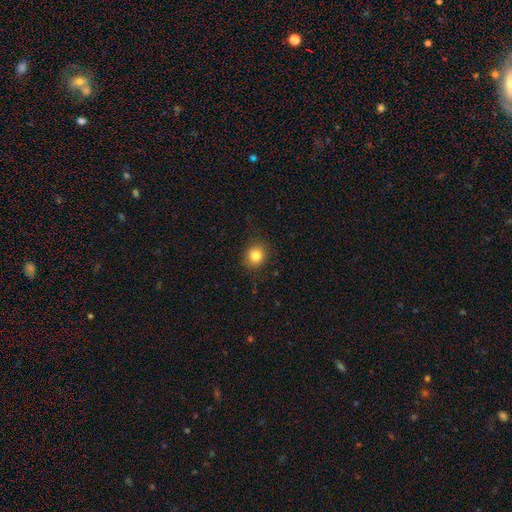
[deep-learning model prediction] This is clearly a smooth galaxy (83%). How rounded: clearly round (81%). Merging: clearly none (88%).